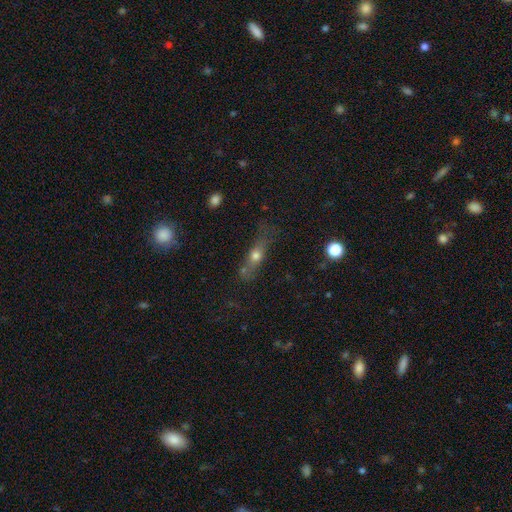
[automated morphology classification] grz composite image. It shows a smooth galaxy with no disk features (58%) that is cigar-shaped (48%). Merging: none (54%).